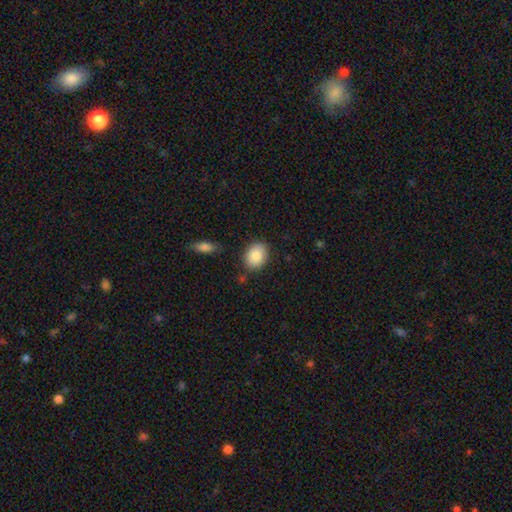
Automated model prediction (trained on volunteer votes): Smooth or featured?
  - smooth: 87% *
  - star or artifact: 7%
  - featured or disk: 6%
How rounded?
  - in between: 69% *
  - round: 30%
  - cigar-shaped: 1%
Merging?
  - none: 81% *
  - minor disturbance: 13%
  - major disturbance: 3%
  - merger: 3%